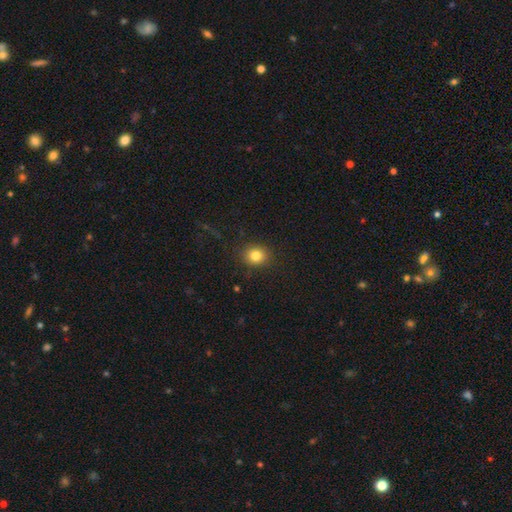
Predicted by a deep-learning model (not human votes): The model was most divided on "how rounded": round: 73%, in between: 26%, cigar-shaped: 1%. More confident: merging — none (88%); smooth or featured — smooth (82%).